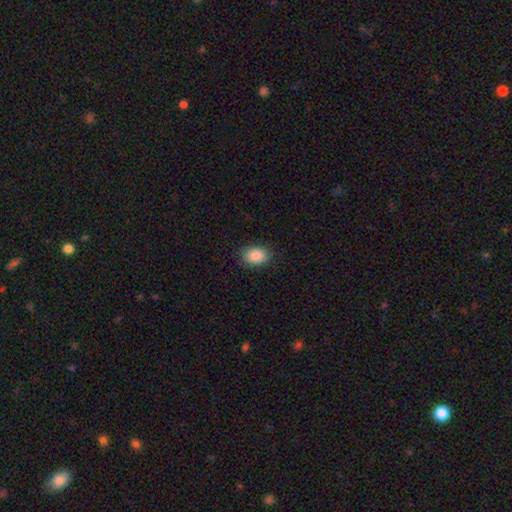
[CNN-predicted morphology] smooth-or-featured: smooth: 88% | star or artifact: 7% | featured or disk: 4%
  how-rounded: in between: 83% | round: 16% | cigar-shaped: 1%
  merging: none: 87% | minor disturbance: 10% | major disturbance: 2% | merger: 1%